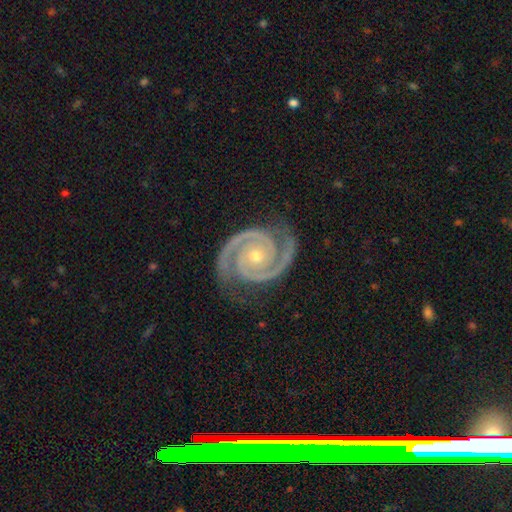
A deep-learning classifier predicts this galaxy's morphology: smooth_or_featured: featured or disk (p=0.94) [alt: star or artifact p=0.04]
disk_edge_on: no (p=0.98) [alt: yes p=0.02]
bar: no (p=0.77) [alt: weak p=0.15]
has_spiral_arms: yes (p=0.99) [alt: no p=0.01]
spiral_winding: tight (p=0.73) [alt: medium p=0.25]
spiral_arm_count: 2 (p=0.94) [alt: 3 p=0.02]
bulge_size: small (p=0.54) [alt: moderate p=0.44]
merging: none (p=0.84) [alt: minor disturbance p=0.12]